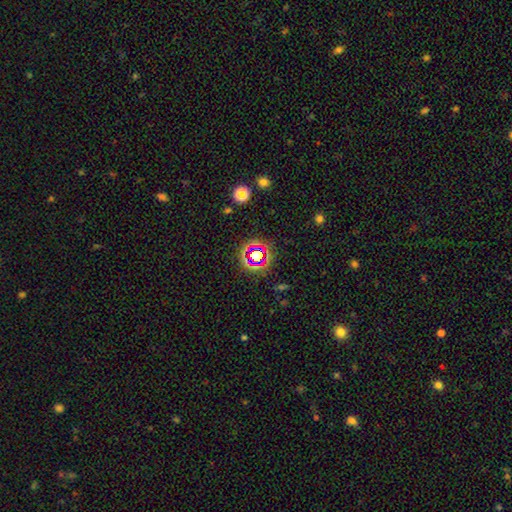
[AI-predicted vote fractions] Smooth or featured: star or artifact — 62% (smooth — 26%)